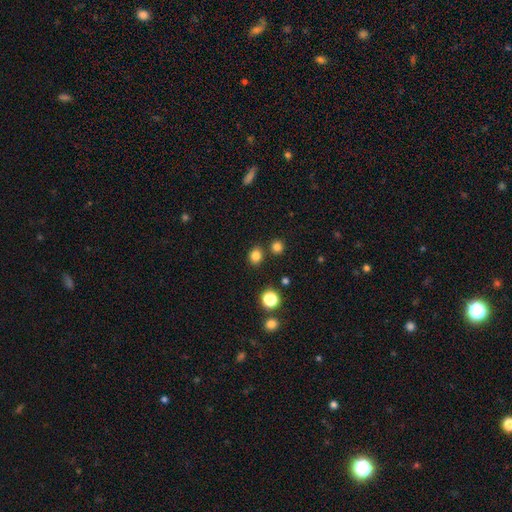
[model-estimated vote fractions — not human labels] A smooth galaxy with no disk features (82%) that is round (69%).

Vote fractions:
- Smooth or featured? smooth: 82% / star or artifact: 14% / featured or disk: 4%
- How rounded? round: 69% / in between: 30% / cigar-shaped: 1%
- Merging? none: 83% / minor disturbance: 8% / merger: 6% / major disturbance: 2%